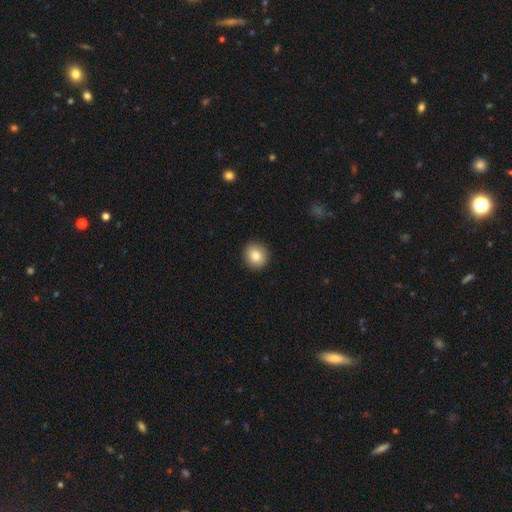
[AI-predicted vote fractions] A smooth galaxy with no disk features (84%) that is round (83%).

Vote fractions:
- Smooth or featured? smooth: 84% / star or artifact: 9% / featured or disk: 7%
- How rounded? round: 83% / in between: 16% / cigar-shaped: 1%
- Merging? none: 92% / minor disturbance: 6% / major disturbance: 2% / merger: 1%